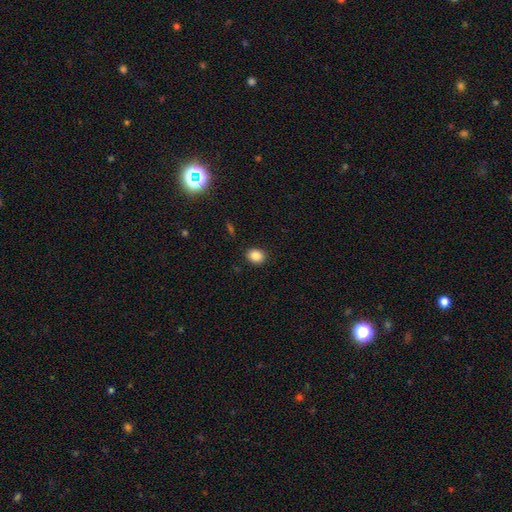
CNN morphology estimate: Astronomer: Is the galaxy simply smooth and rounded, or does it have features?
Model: smooth — 86%.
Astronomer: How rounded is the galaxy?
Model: round — 54% (runner-up: in between, 45%).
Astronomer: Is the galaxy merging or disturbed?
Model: none — 89%.